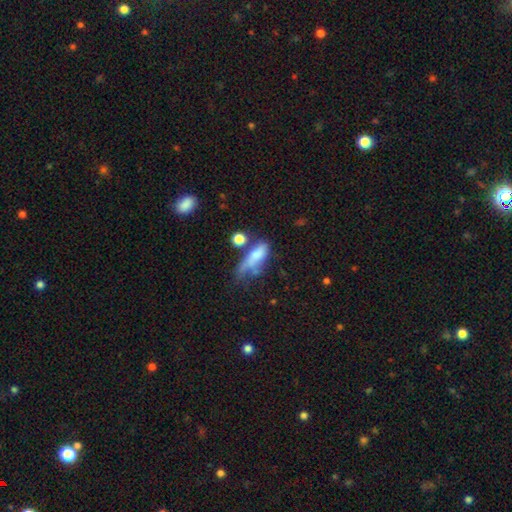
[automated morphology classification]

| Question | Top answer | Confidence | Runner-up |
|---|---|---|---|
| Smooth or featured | smooth | 67% | featured or disk (23%) |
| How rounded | in between | 62% | cigar-shaped (32%) |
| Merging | major disturbance | 32% | none (25%) |